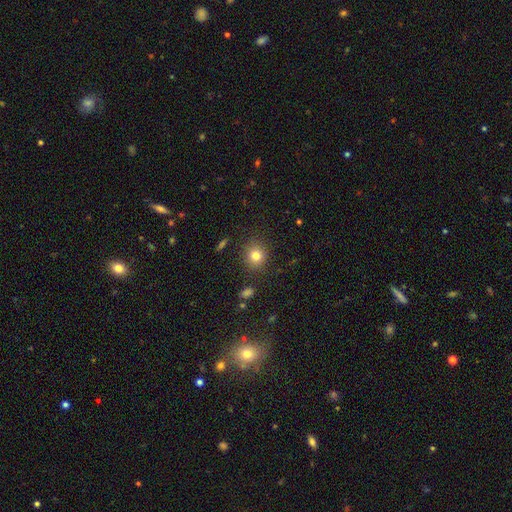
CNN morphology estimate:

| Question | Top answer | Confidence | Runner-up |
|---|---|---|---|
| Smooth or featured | smooth | 80% | star or artifact (12%) |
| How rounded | round | 84% | in between (15%) |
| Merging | none | 88% | minor disturbance (8%) |